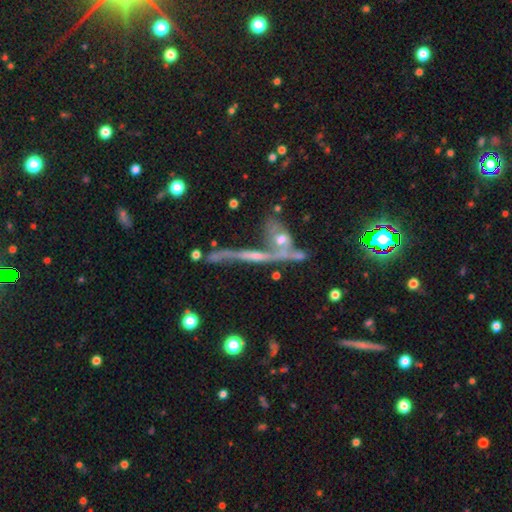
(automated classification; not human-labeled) A featured or disk galaxy (68%) viewed edge-on (62%). Merging: merger (37%).